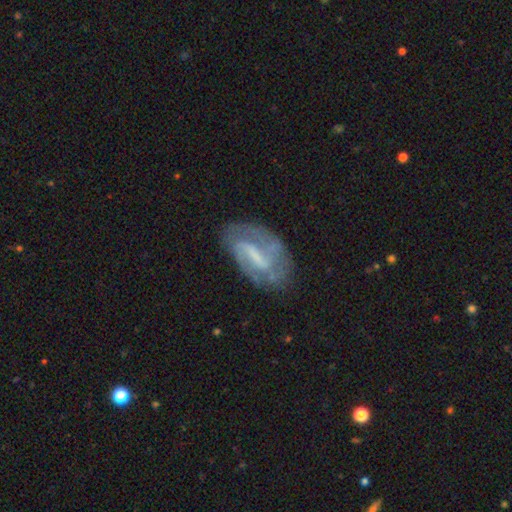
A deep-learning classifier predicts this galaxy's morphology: smooth_or_featured: featured or disk (p=0.75) [alt: smooth p=0.18]
disk_edge_on: no (p=0.94) [alt: yes p=0.06]
bar: strong (p=0.50) [alt: weak p=0.37]
has_spiral_arms: yes (p=0.83) [alt: no p=0.17]
spiral_winding: medium (p=0.41) [alt: tight p=0.37]
spiral_arm_count: 2 (p=0.63) [alt: can't tell p=0.21]
bulge_size: none (p=0.40) [alt: small p=0.31]
merging: none (p=0.67) [alt: minor disturbance p=0.20]